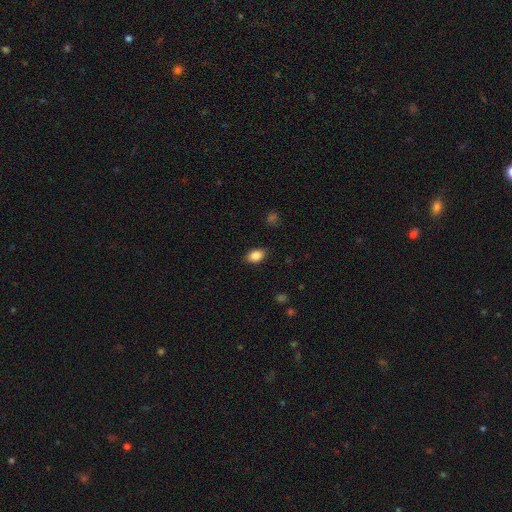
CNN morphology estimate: The model was most divided on "how rounded": in between: 86%, round: 12%, cigar-shaped: 2%. More confident: merging — none (87%); smooth or featured — smooth (85%).